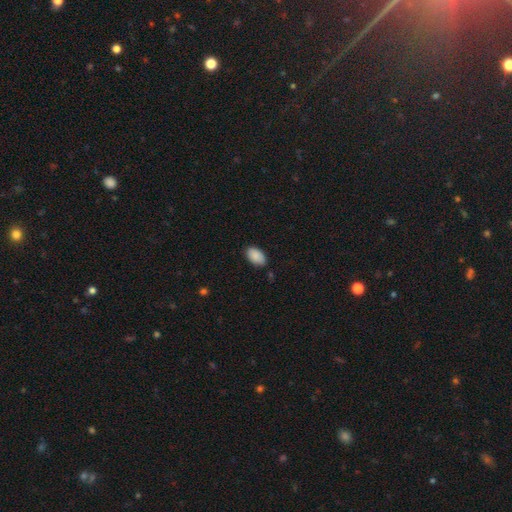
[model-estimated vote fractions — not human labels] Morphology: type=smooth (89%); roundness=in between (94%); merging=none (81%).